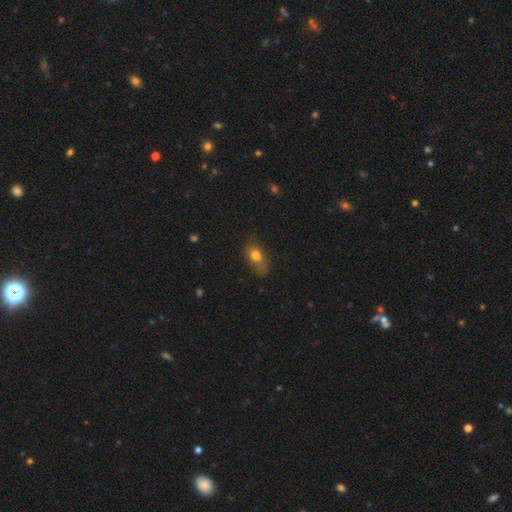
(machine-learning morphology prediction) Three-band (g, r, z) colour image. It shows a smooth galaxy with no disk features (75%) that is in between round and cigar-shaped (74%). Merging: none (60%).